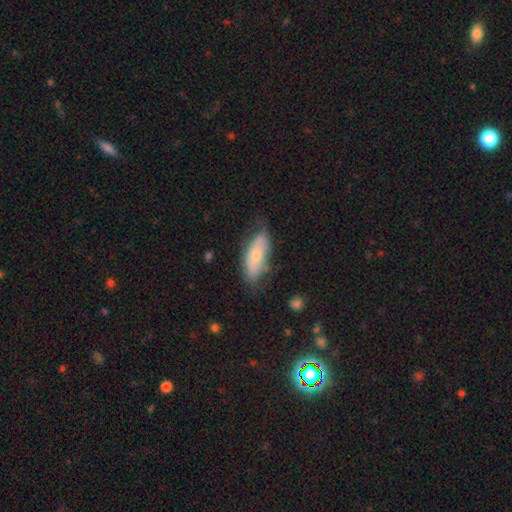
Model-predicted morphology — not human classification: type=smooth (64%); roundness=in between (79%); merging=none (57%).